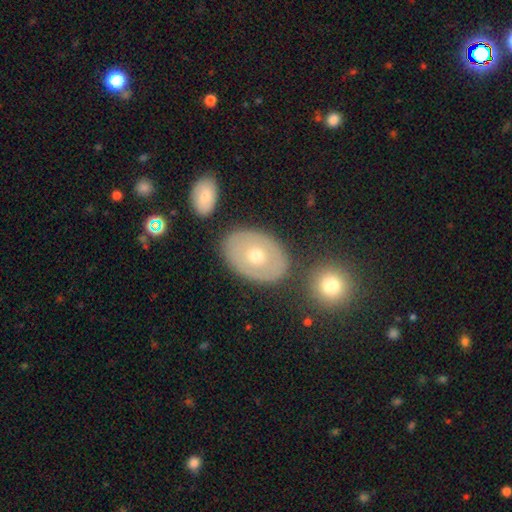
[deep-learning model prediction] smooth-or-featured: smooth: 51% | featured or disk: 43% | star or artifact: 7%
  how-rounded: in between: 78% | round: 21% | cigar-shaped: 1%
  merging: none: 79% | minor disturbance: 12% | merger: 6% | major disturbance: 4%